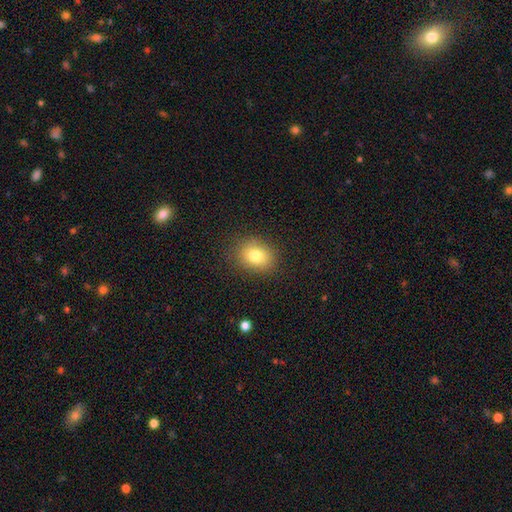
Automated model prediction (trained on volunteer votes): Smooth or featured? Predicted: smooth (p=0.80). How rounded? Predicted: in between (p=0.50). Merging? Predicted: none (p=0.86).